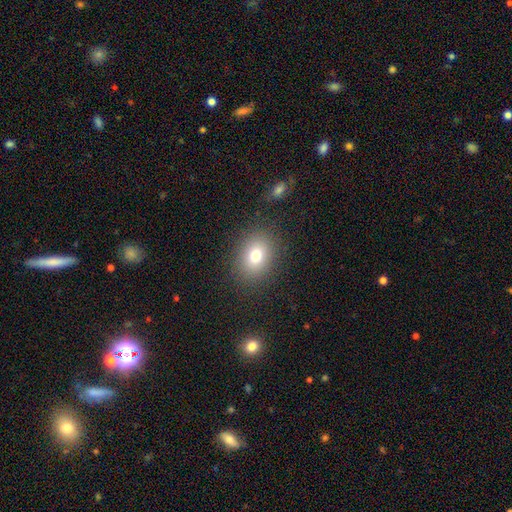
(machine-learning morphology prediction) Smooth or featured? Predicted: smooth (p=0.75). How rounded? Predicted: in between (p=0.52). Merging? Predicted: none (p=0.86).